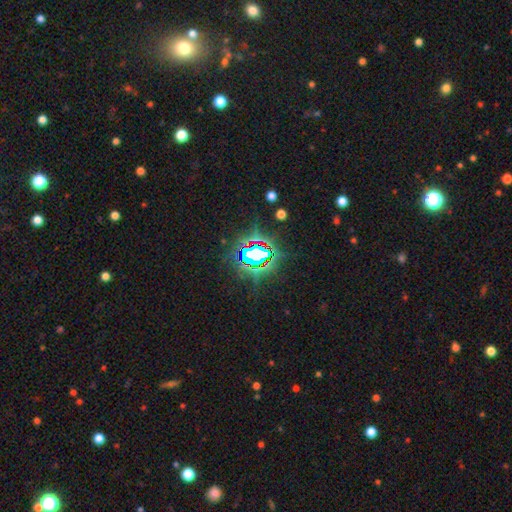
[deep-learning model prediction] Smooth or featured?
  - star or artifact: 76% *
  - smooth: 12%
  - featured or disk: 12%